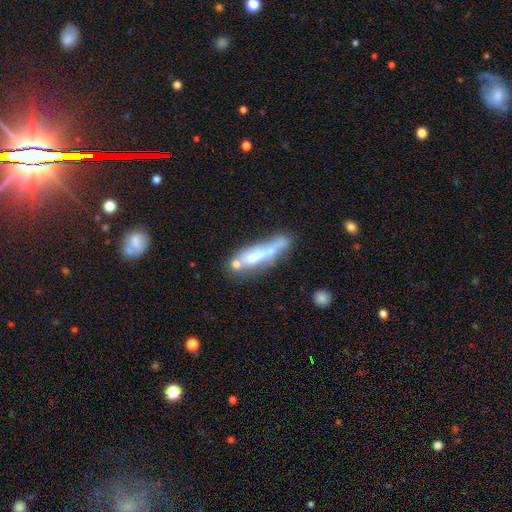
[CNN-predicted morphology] Smooth or featured? Predicted: smooth (p=0.45, tied with featured or disk). Merging? Predicted: none (p=0.37).